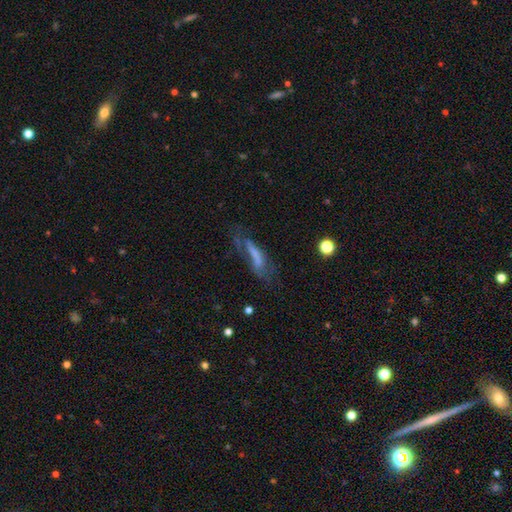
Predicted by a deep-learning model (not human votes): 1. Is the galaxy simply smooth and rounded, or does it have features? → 45% featured or disk, 41% smooth, 14% star or artifact.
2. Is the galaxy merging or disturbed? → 37% none, 35% major disturbance, 23% minor disturbance, 5% merger.